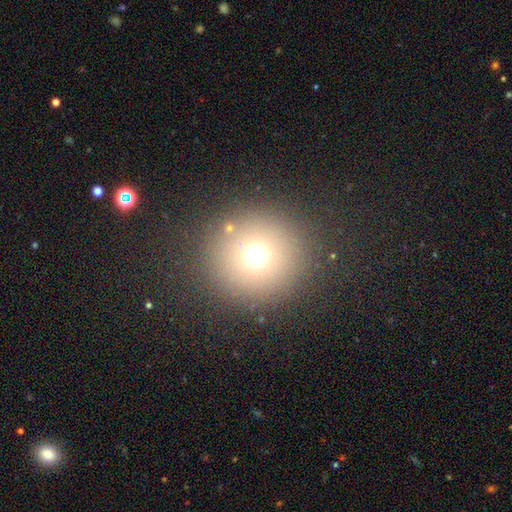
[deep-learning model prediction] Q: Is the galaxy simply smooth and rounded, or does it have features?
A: smooth — 69%.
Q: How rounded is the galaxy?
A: round — 94%.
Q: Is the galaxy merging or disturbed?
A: none — 87%.